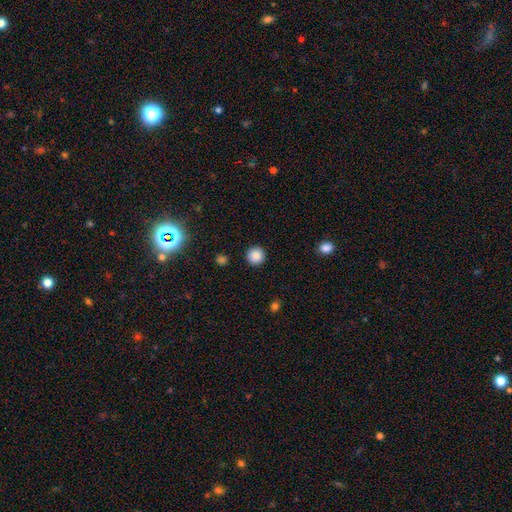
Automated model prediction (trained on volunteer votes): A smooth galaxy with no disk features (86%) that is round (95%).

Vote fractions:
- Smooth or featured? smooth: 86% / star or artifact: 10% / featured or disk: 4%
- How rounded? round: 95% / in between: 4% / cigar-shaped: 1%
- Merging? none: 93% / minor disturbance: 5% / major disturbance: 2% / merger: 1%